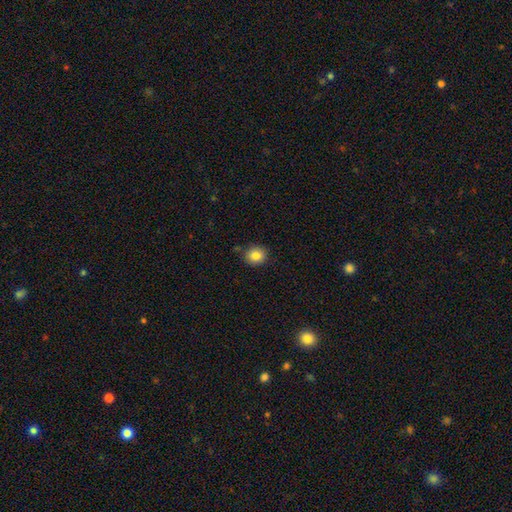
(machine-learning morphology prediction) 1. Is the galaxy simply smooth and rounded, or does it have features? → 84% smooth, 10% star or artifact, 6% featured or disk.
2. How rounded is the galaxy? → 83% round, 16% in between, 1% cigar-shaped.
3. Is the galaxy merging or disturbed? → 86% none, 10% minor disturbance, 3% merger, 2% major disturbance.